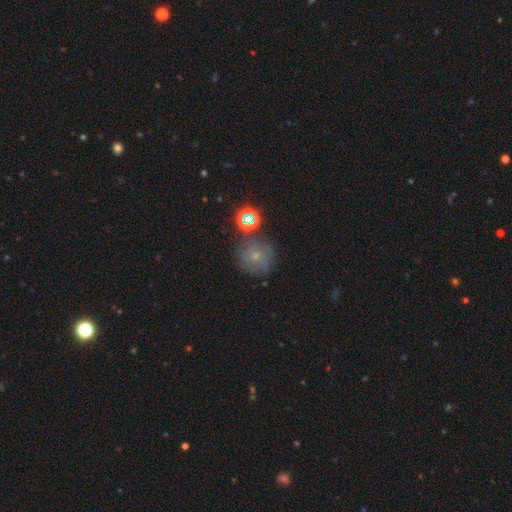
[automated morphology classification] Overall: smooth (53%; featured or disk 24%). How rounded: round (92%). Merging: none (73%).